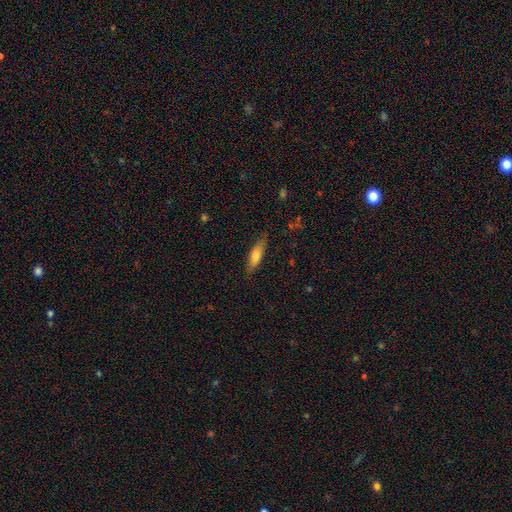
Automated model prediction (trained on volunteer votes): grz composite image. It shows a smooth galaxy with no disk features (71%) that is cigar-shaped (60%). Merging: none (82%).